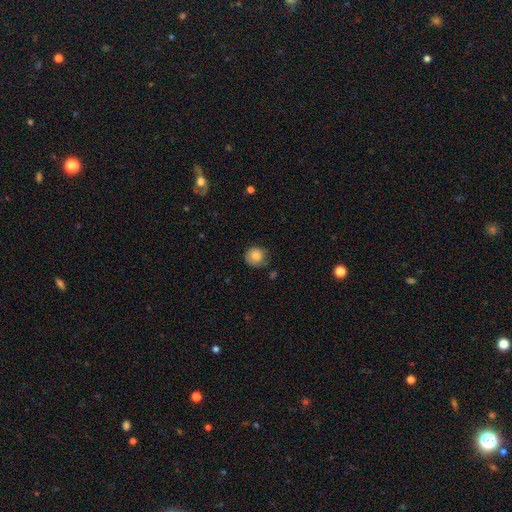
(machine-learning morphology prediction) The model was most divided on "merging": none: 72%, minor disturbance: 21%, major disturbance: 5%, merger: 2%. More confident: how rounded — round (88%); smooth or featured — smooth (80%).